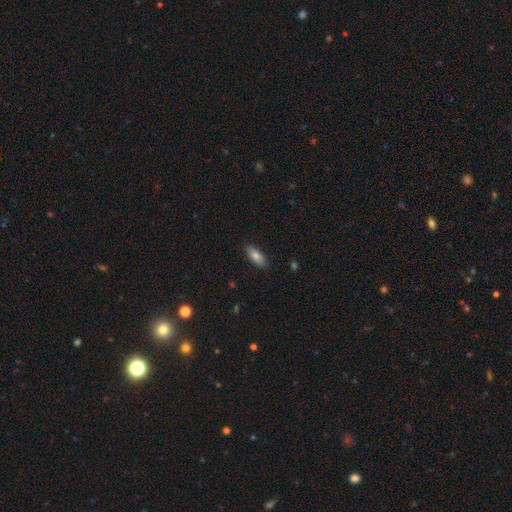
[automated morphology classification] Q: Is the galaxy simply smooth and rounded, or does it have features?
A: smooth — 80%.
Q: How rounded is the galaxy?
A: in between — 75%.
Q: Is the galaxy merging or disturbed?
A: none — 87%.